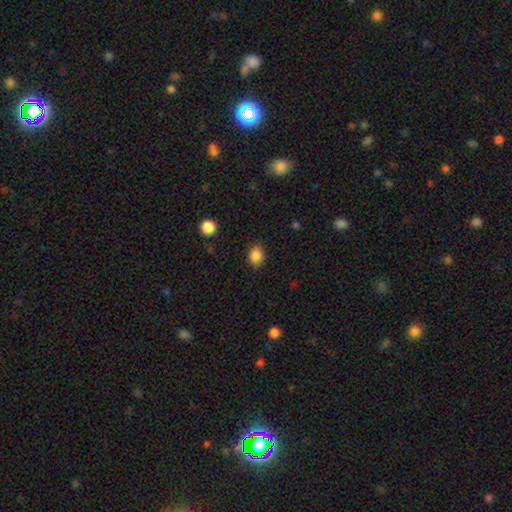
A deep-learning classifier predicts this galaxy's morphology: A smooth galaxy with no disk features (86%) that is in between round and cigar-shaped (50%). Merging: none (84%).